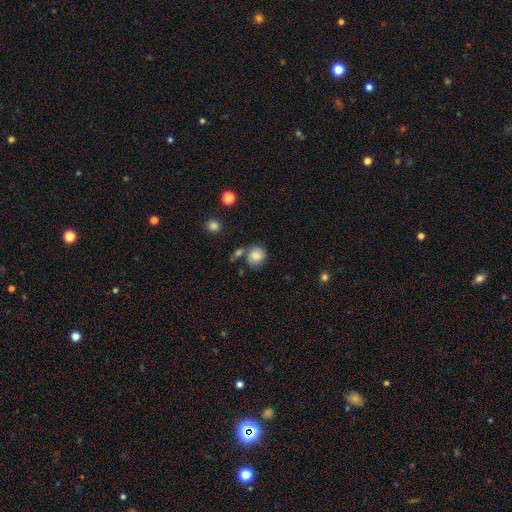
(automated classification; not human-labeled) Smooth or featured? smooth (71%)
How rounded? round (77%)
Merging? none (59%)